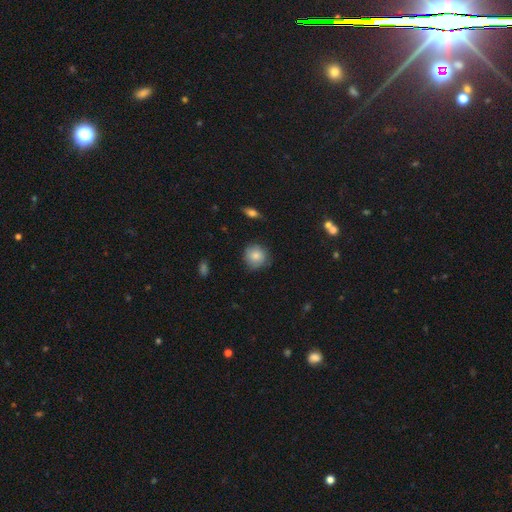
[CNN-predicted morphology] A smooth galaxy with no disk features (83%) that is round (90%).

Vote fractions:
- Smooth or featured? smooth: 83% / featured or disk: 9% / star or artifact: 8%
- How rounded? round: 90% / in between: 9% / cigar-shaped: 1%
- Merging? none: 77% / minor disturbance: 18% / major disturbance: 3% / merger: 1%